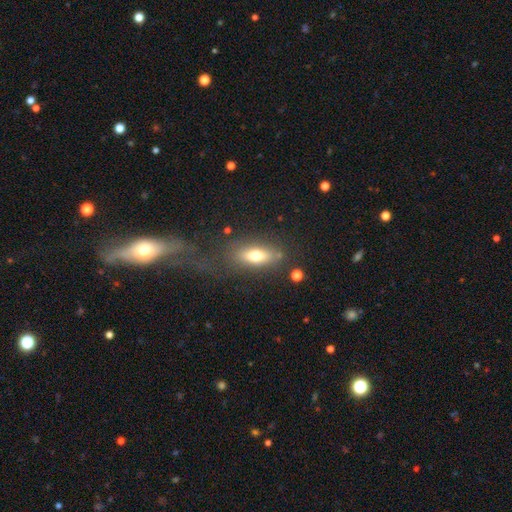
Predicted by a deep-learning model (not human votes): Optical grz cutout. It shows a smooth galaxy with no disk features (68%) that is in between round and cigar-shaped (74%). Merging: none (64%).